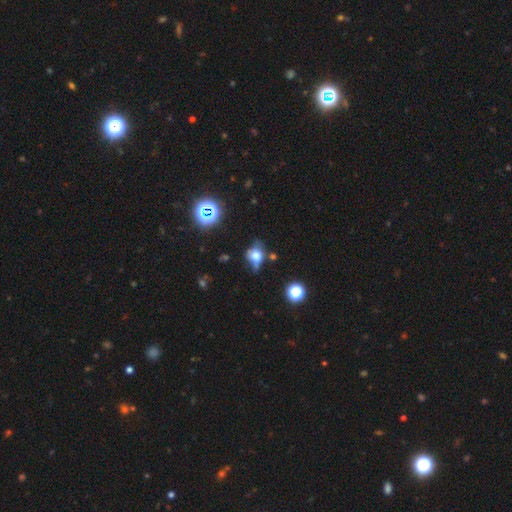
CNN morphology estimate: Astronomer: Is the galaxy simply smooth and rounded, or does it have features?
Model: smooth — 53% (runner-up: featured or disk, 29%).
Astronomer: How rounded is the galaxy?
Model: round — 61% (runner-up: in between, 36%).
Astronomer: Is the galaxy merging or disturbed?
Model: none — 45% (runner-up: minor disturbance, 29%).